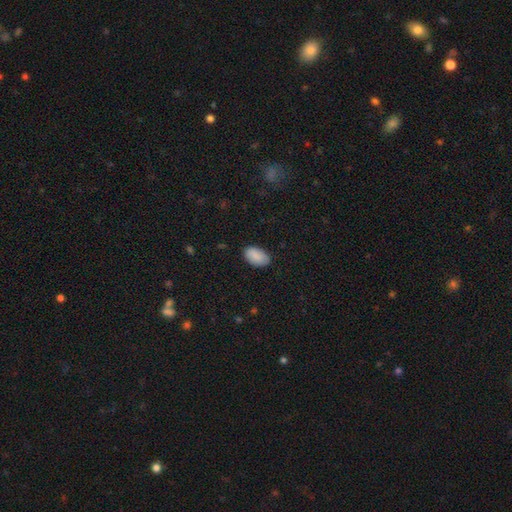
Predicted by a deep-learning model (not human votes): Smooth or featured? Predicted: smooth (p=0.89). How rounded? Predicted: in between (p=0.94). Merging? Predicted: none (p=0.85).